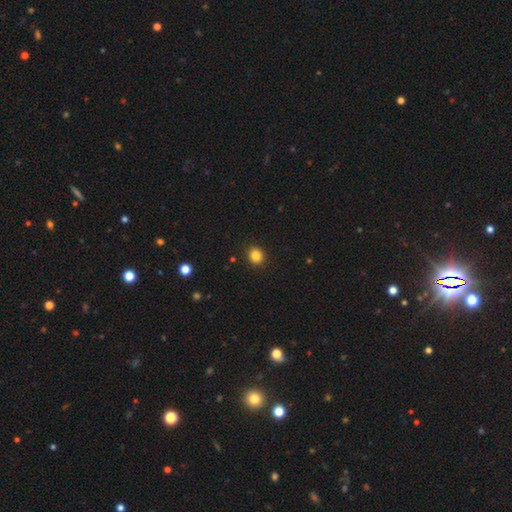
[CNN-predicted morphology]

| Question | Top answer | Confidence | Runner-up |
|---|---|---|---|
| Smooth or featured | smooth | 84% | star or artifact (11%) |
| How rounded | round | 77% | in between (22%) |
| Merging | none | 91% | minor disturbance (6%) |